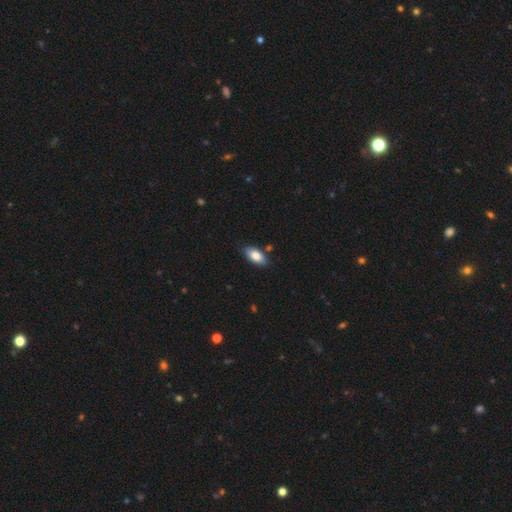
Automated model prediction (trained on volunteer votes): Smooth or featured? smooth (82%)
How rounded? in between (92%)
Merging? none (83%)